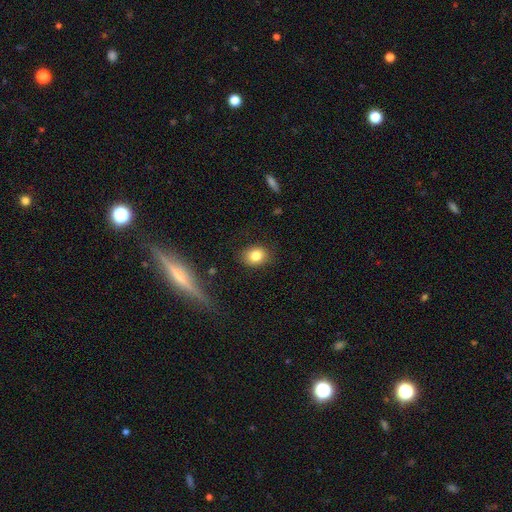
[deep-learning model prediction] smooth-or-featured: smooth: 81% | star or artifact: 11% | featured or disk: 9%
  how-rounded: round: 53% | in between: 46% | cigar-shaped: 1%
  merging: none: 85% | minor disturbance: 10% | major disturbance: 3% | merger: 1%